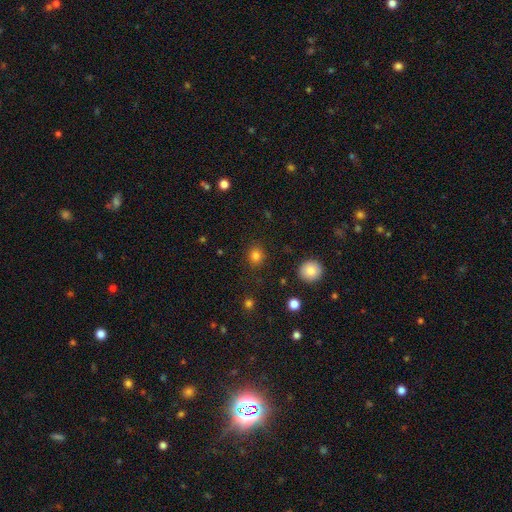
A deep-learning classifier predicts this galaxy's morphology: A smooth galaxy with no disk features (82%) that is round (83%). Merging: none (88%).